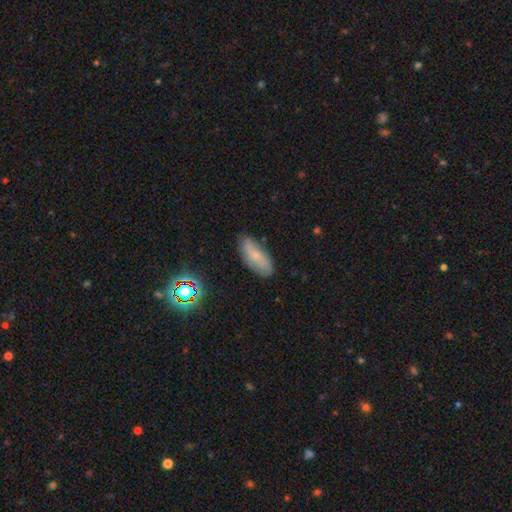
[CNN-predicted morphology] Smooth or featured?
  - smooth: 53% *
  - featured or disk: 36%
  - star or artifact: 11%
How rounded?
  - in between: 77% *
  - cigar-shaped: 20%
  - round: 3%
Merging?
  - none: 77% *
  - minor disturbance: 18%
  - major disturbance: 4%
  - merger: 2%